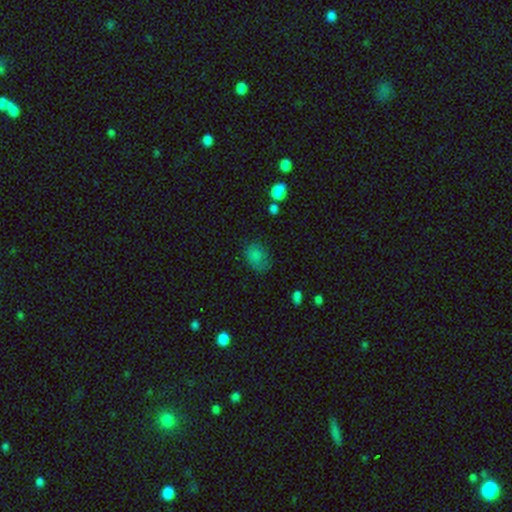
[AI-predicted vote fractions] Smooth or featured? Predicted: smooth (p=0.77). How rounded? Predicted: in between (p=0.56). Merging? Predicted: none (p=0.55).